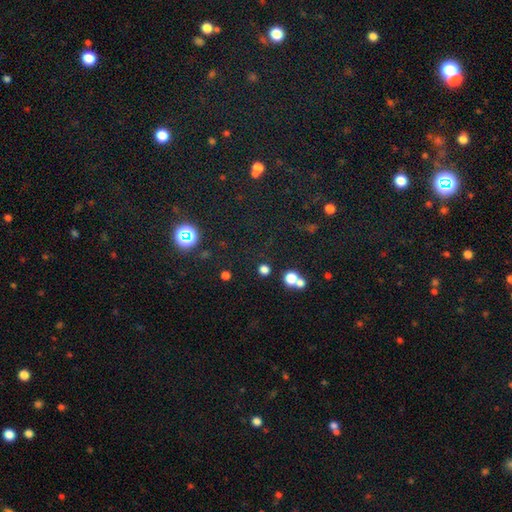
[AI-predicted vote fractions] star or artifact 69%, smooth 22%, featured or disk 8%.